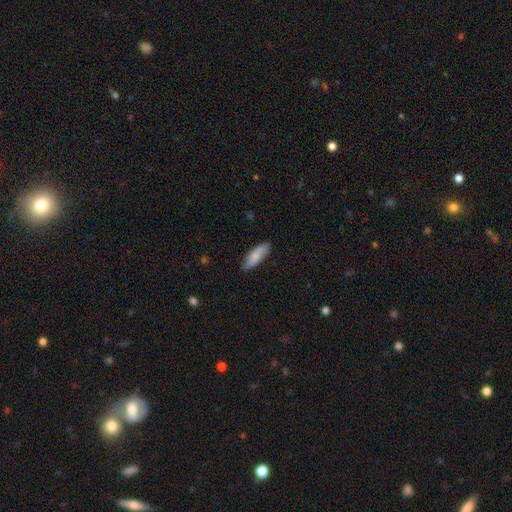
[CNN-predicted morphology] Smooth or featured? Predicted: smooth (p=0.82). How rounded? Predicted: in between (p=0.57). Merging? Predicted: none (p=0.83).